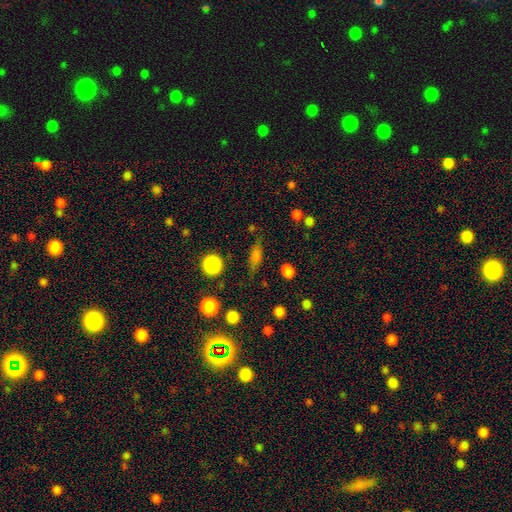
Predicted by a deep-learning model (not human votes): smooth-or-featured: smooth: 60% | featured or disk: 21% | star or artifact: 20%
  how-rounded: in between: 44% | cigar-shaped: 42% | round: 14%
  merging: none: 80% | minor disturbance: 13% | major disturbance: 4% | merger: 3%